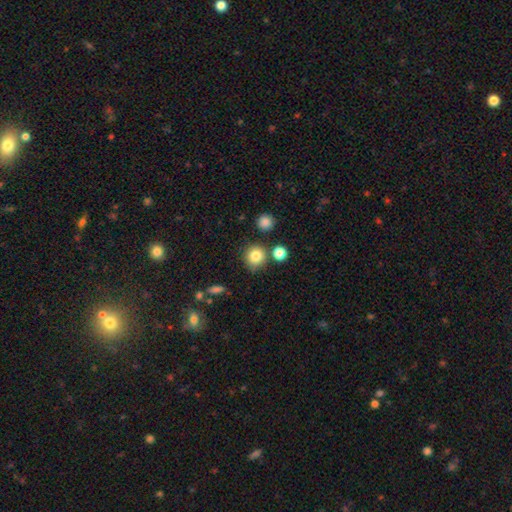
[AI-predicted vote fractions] Morphology: type=smooth (82%); roundness=round (90%); merging=none (78%).